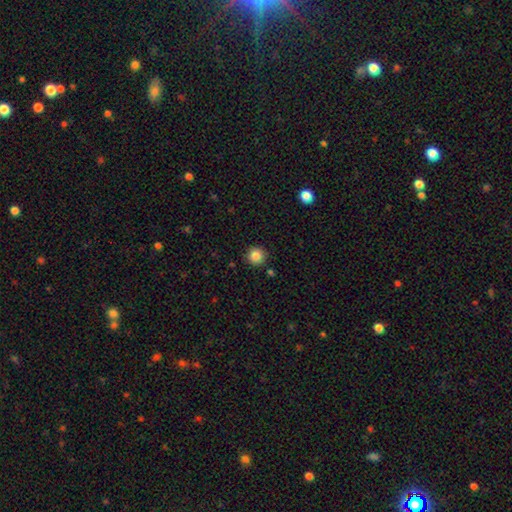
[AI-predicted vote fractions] Morphology: type=smooth (85%); roundness=round (94%); merging=none (89%).